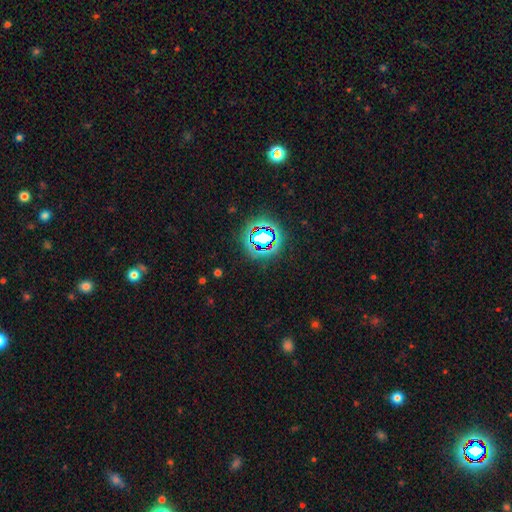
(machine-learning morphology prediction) A star or artifact, not a galaxy (71%).

Vote fractions:
- Smooth or featured? star or artifact: 71% / smooth: 21% / featured or disk: 9%